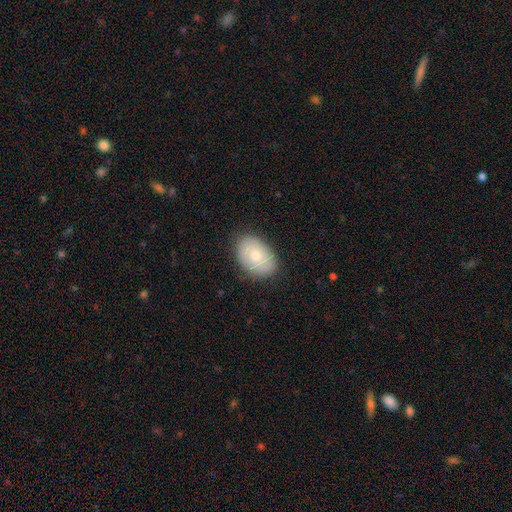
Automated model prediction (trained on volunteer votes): This is likely a smooth galaxy (74%). How rounded: clearly in between (87%). Merging: clearly none (84%).